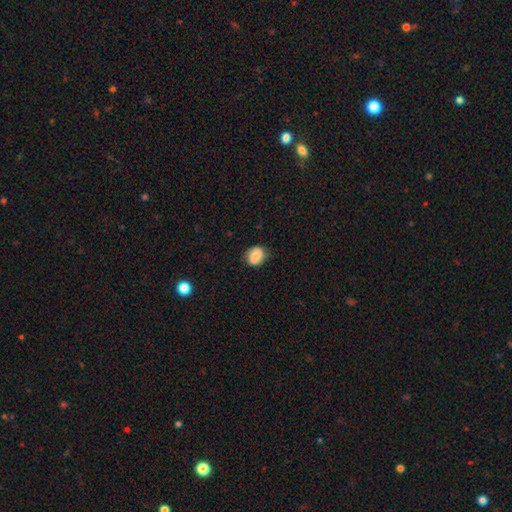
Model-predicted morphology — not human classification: Smooth or featured: smooth — 65% (featured or disk — 26%)
How rounded: round — 50% (in between — 49%)
Merging: none — 78% (minor disturbance — 17%)